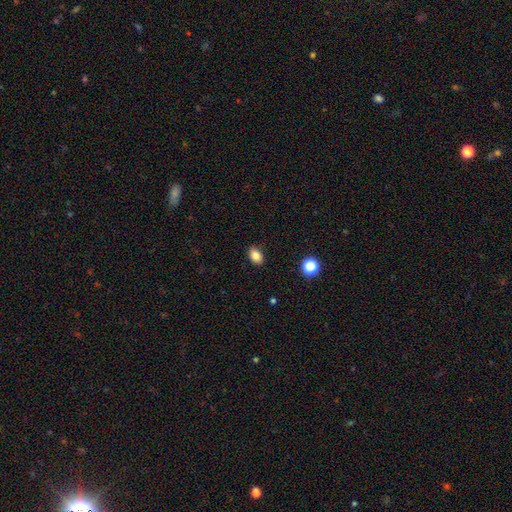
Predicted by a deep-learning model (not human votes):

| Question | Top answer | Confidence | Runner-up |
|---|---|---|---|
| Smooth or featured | smooth | 83% | star or artifact (10%) |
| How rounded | in between | 81% | round (17%) |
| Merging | none | 88% | minor disturbance (9%) |